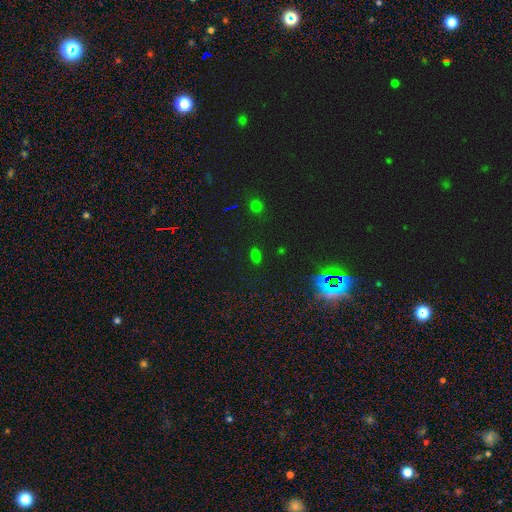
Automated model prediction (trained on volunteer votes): Smooth or featured? smooth (65%)
How rounded? in between (86%)
Merging? none (84%)